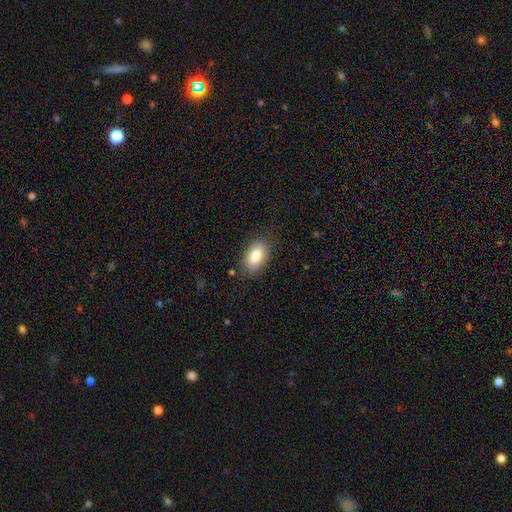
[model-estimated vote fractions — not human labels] Q: Smooth or featured?
A: smooth (82%); runner-up: featured or disk (11%)
Q: How rounded?
A: in between (91%); runner-up: round (7%)
Q: Merging?
A: none (83%); runner-up: minor disturbance (13%)